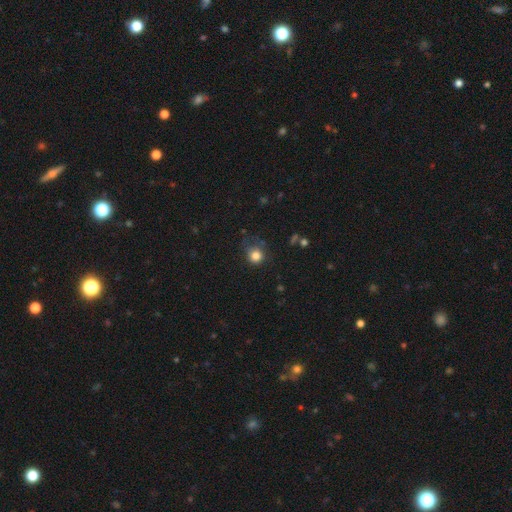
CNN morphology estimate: This is clearly a smooth galaxy (81%). How rounded: clearly round (86%). Merging: likely none (63%).